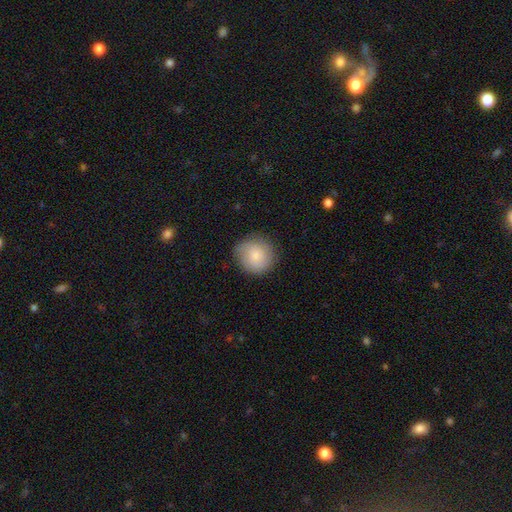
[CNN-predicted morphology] smooth 76%, featured or disk 18%, star or artifact 7%. Down the decision tree: how rounded — round (91%); merging — none (82%).